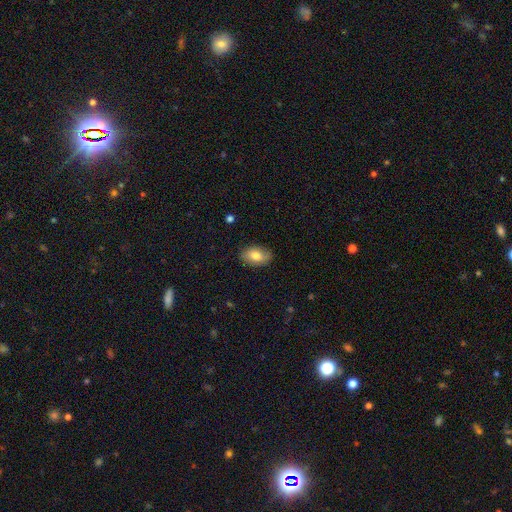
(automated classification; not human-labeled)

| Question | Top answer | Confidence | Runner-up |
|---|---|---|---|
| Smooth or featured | smooth | 77% | featured or disk (16%) |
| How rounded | in between | 89% | round (10%) |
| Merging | none | 85% | minor disturbance (12%) |